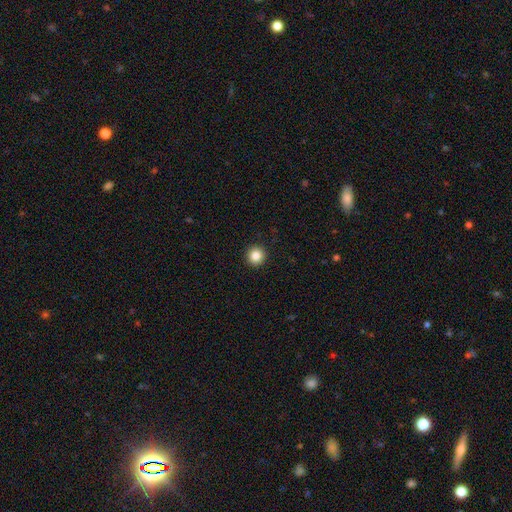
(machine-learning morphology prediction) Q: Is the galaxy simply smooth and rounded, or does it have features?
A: smooth — 86%.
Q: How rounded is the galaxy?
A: round — 95%.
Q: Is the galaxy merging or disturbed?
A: none — 93%.